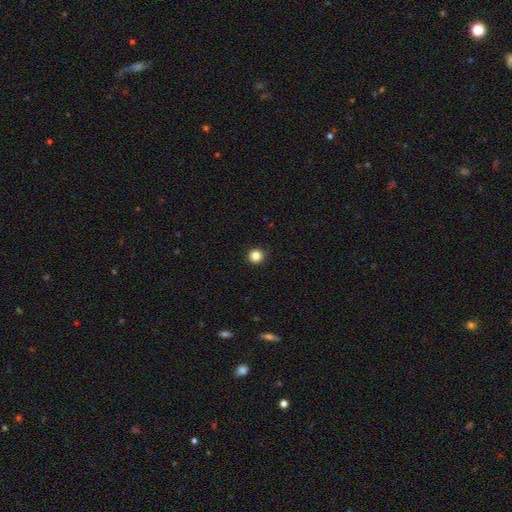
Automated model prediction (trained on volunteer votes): Overall: smooth (84%). How rounded: round (94%). Merging: none (93%).